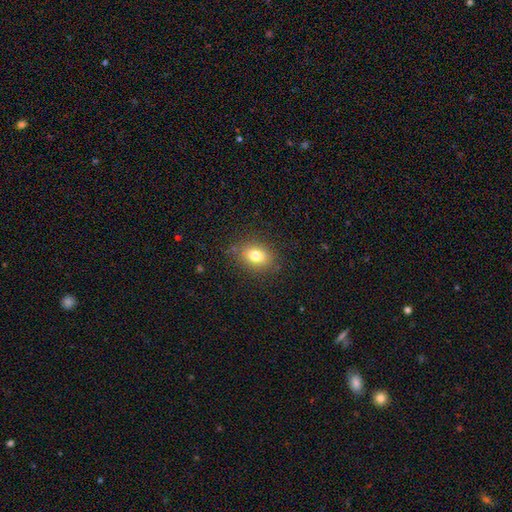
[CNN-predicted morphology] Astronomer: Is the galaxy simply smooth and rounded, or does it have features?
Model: smooth — 78%.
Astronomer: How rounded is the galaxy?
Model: in between — 70%.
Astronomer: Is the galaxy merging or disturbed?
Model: none — 84%.